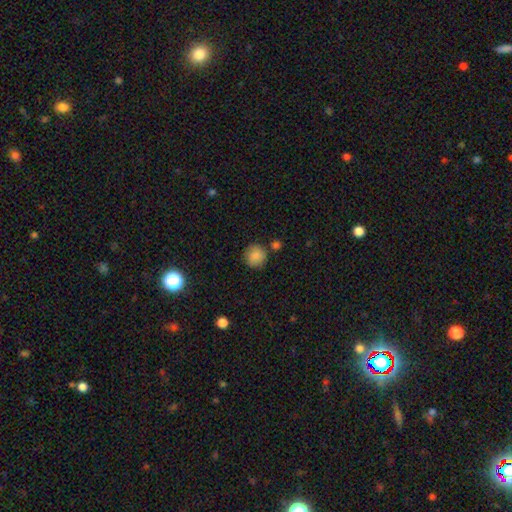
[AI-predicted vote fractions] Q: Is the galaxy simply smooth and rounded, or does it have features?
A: smooth — 86%.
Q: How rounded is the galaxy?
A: round — 92%.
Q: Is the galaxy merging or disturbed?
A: none — 79%.